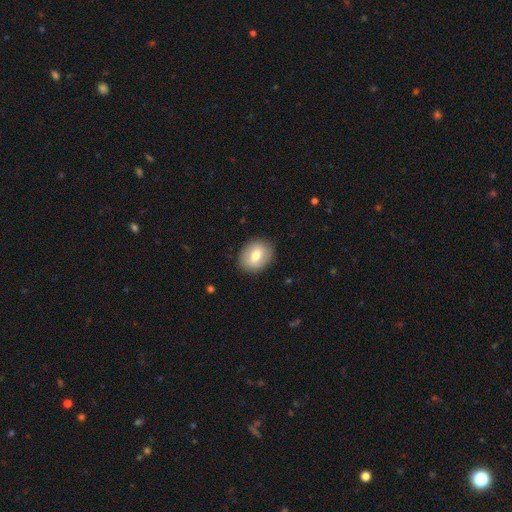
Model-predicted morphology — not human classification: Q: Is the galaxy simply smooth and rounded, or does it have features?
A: smooth — 69%.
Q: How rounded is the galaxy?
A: in between — 56%.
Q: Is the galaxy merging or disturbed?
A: none — 87%.